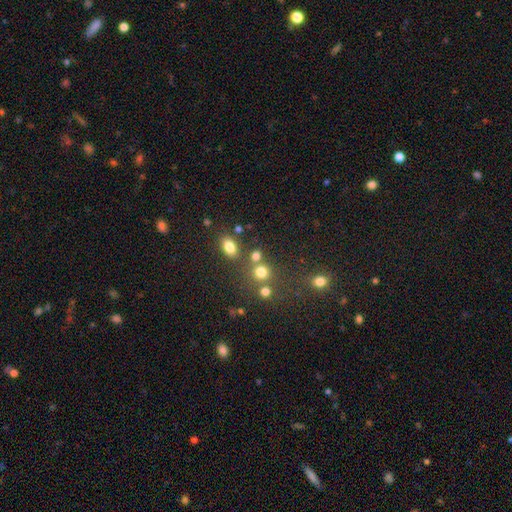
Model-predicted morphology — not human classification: This appears to be a star or artifact, not a galaxy (52%).